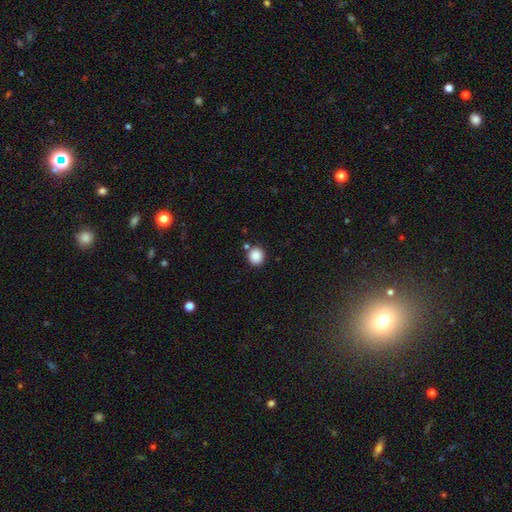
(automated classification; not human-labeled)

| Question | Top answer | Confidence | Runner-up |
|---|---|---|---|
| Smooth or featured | smooth | 87% | star or artifact (10%) |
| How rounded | round | 90% | in between (9%) |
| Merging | none | 82% | minor disturbance (8%) |